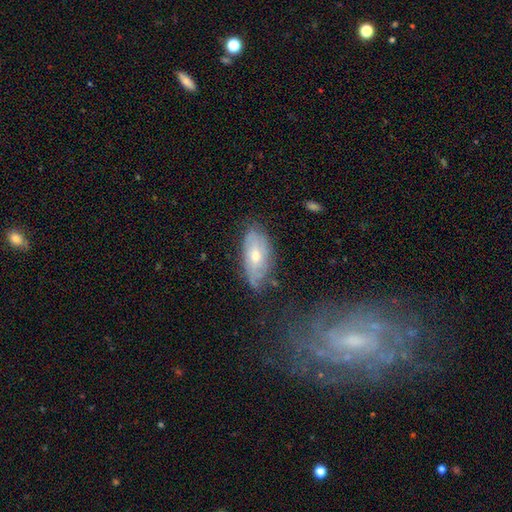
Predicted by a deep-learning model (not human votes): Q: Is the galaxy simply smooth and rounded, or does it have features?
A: featured or disk — 58%.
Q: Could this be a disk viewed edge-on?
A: no — 85%.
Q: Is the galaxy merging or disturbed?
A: none — 70%.